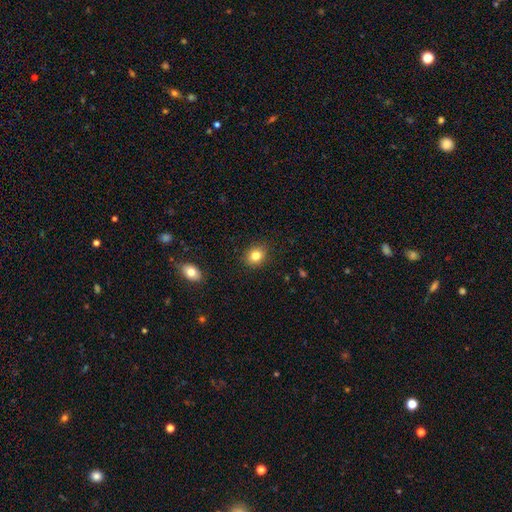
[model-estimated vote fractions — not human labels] A smooth galaxy with no disk features (82%) that is round (64%).

Vote fractions:
- Smooth or featured? smooth: 82% / star or artifact: 11% / featured or disk: 7%
- How rounded? round: 64% / in between: 35% / cigar-shaped: 1%
- Merging? none: 89% / minor disturbance: 8% / major disturbance: 2% / merger: 1%